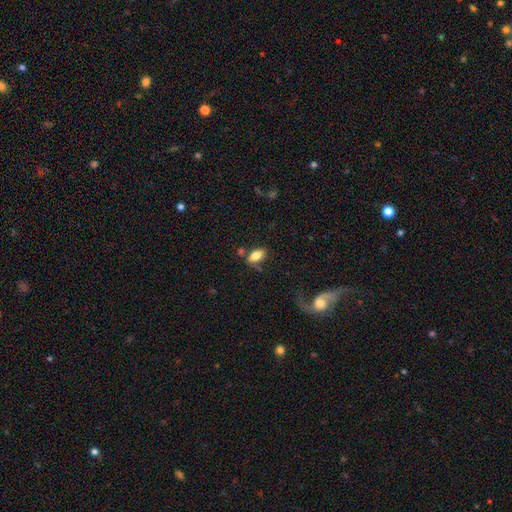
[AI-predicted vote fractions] Morphology: type=smooth (79%); roundness=in between (90%); merging=none (64%).